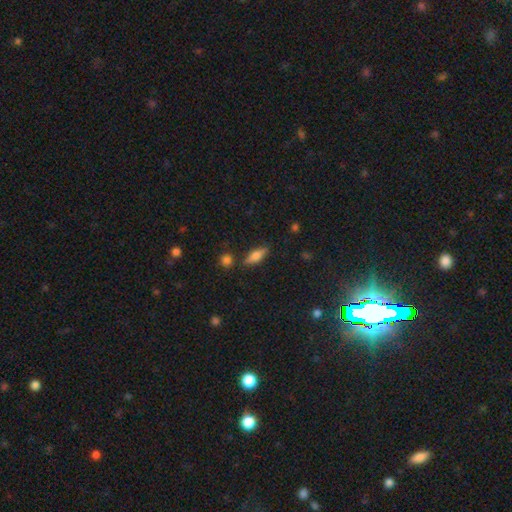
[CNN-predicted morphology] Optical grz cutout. It shows a smooth galaxy with no disk features (66%) that is in between round and cigar-shaped (59%). Merging: none (81%).